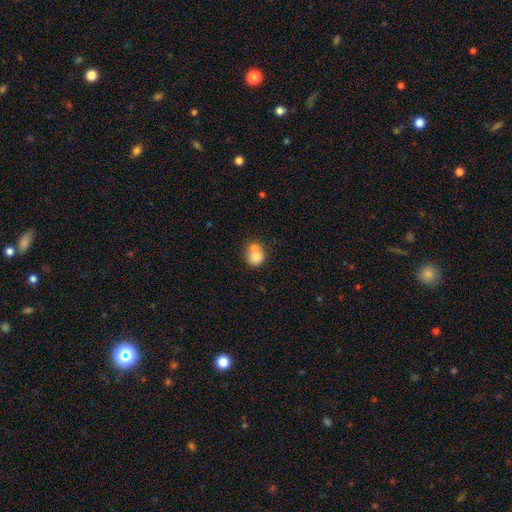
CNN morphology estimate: Smooth or featured: smooth — 77% (featured or disk — 14%)
How rounded: round — 73% (in between — 26%)
Merging: merger — 45% (none — 38%)